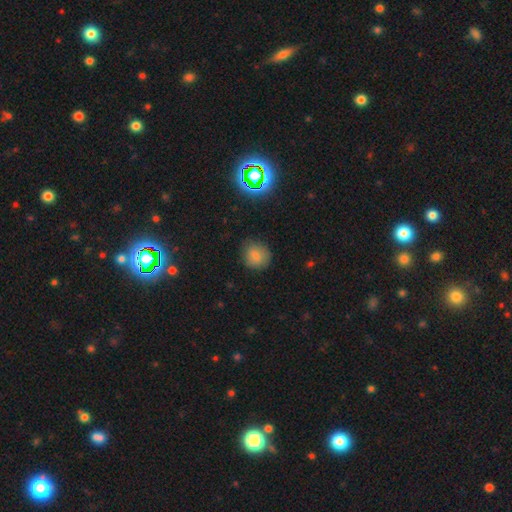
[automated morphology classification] This is likely a smooth galaxy (79%). How rounded: clearly round (81%). Merging: likely none (80%).